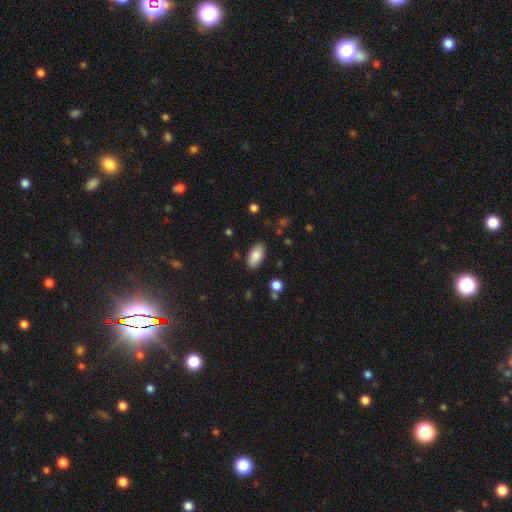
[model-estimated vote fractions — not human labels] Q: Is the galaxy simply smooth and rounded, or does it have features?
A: smooth — 84%.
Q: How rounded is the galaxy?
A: in between — 94%.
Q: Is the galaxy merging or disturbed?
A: none — 86%.